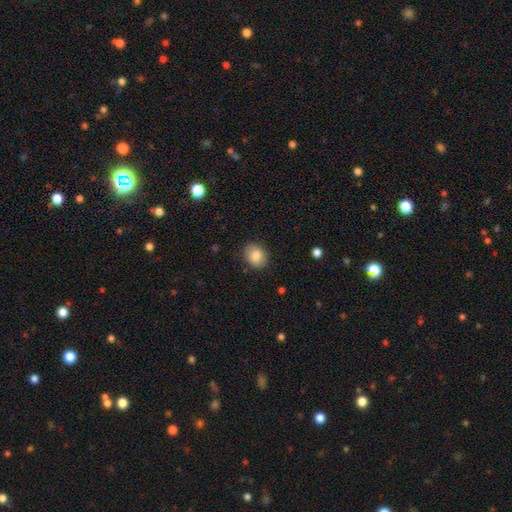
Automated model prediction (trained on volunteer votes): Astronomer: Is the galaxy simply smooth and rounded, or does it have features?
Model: smooth — 83%.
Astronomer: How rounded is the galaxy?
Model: round — 57% (runner-up: in between, 42%).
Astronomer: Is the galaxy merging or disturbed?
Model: none — 85%.